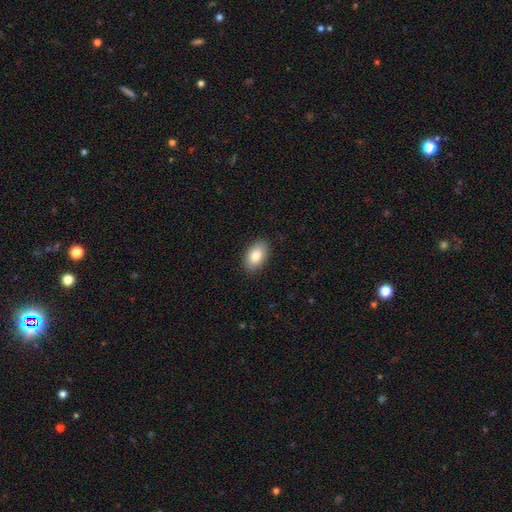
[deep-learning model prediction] This appears to be a smooth galaxy with no disk features (84%) that is in between round and cigar-shaped (93%). Merging: none (88%).